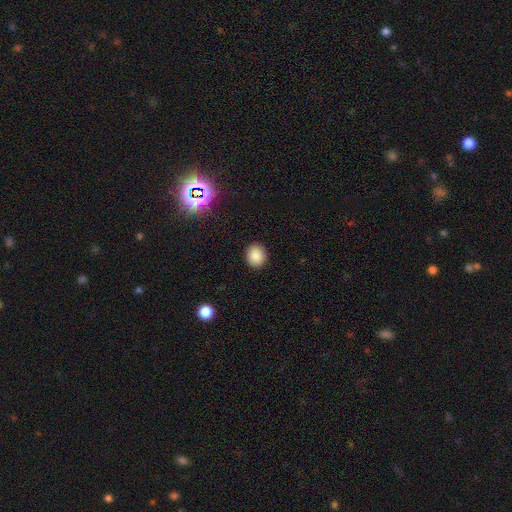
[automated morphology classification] smooth 86%, star or artifact 11%, featured or disk 4%. Down the decision tree: how rounded — round (73%); merging — none (90%).